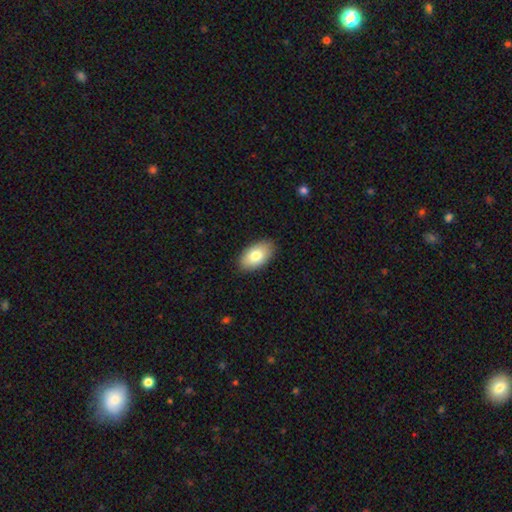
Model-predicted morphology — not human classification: type=smooth (79%); roundness=in between (94%); merging=none (88%).